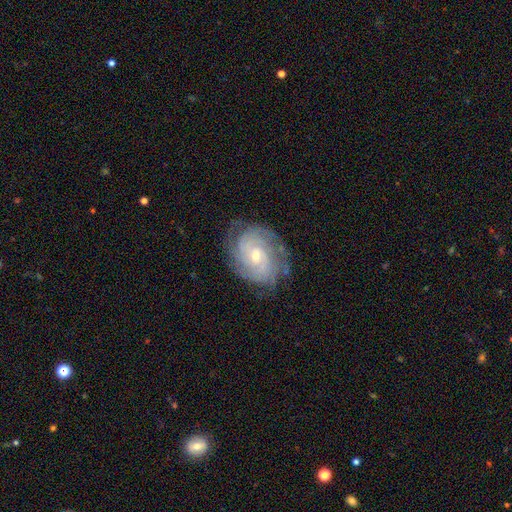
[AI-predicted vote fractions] Smooth or featured? featured or disk (86%)
Edge-on disk? no (97%)
Bar? no (61%)
Spiral arms? yes (97%)
Spiral winding? tight (74%)
Spiral arm count? can't tell (30%)
Bulge size? small (62%)
Merging? none (76%)